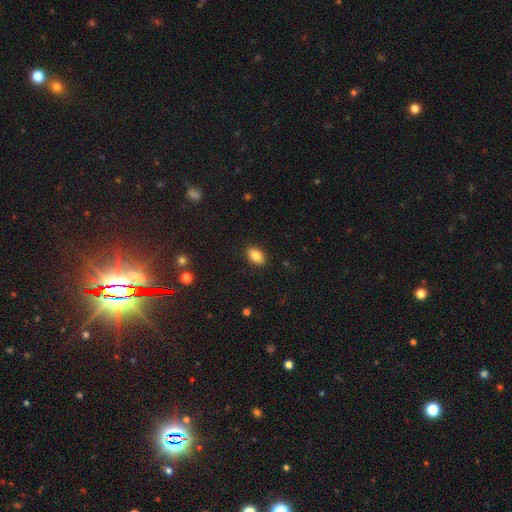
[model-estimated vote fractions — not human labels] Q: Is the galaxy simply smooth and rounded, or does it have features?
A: smooth — 87%.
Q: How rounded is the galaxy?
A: in between — 91%.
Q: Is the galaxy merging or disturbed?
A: none — 89%.